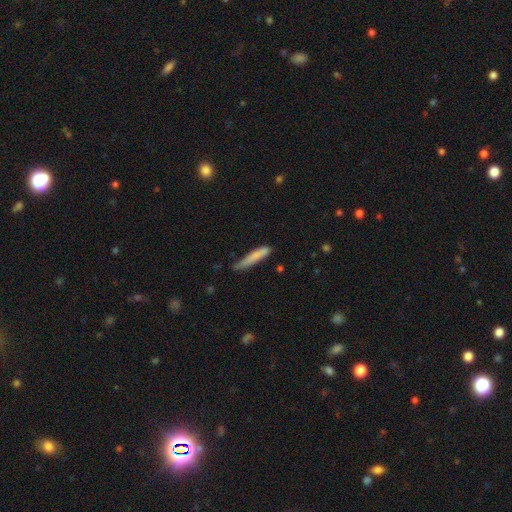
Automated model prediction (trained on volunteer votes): A smooth galaxy with no disk features (78%) that is cigar-shaped (93%).

Vote fractions:
- Smooth or featured? smooth: 78% / featured or disk: 16% / star or artifact: 6%
- How rounded? cigar-shaped: 93% / in between: 6% / round: 1%
- Merging? none: 60% / minor disturbance: 31% / major disturbance: 6% / merger: 3%